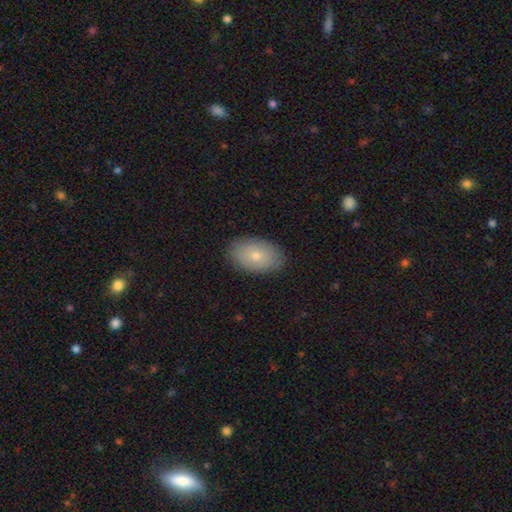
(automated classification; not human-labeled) Morphology: type=smooth (78%); roundness=in between (91%); merging=none (88%).